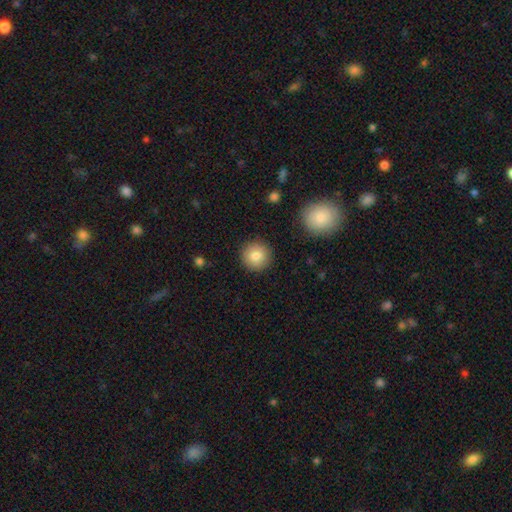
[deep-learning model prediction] Smooth or featured?
  - smooth: 83% *
  - star or artifact: 8%
  - featured or disk: 8%
How rounded?
  - round: 95% *
  - in between: 4%
  - cigar-shaped: 1%
Merging?
  - none: 91% *
  - minor disturbance: 6%
  - major disturbance: 2%
  - merger: 1%